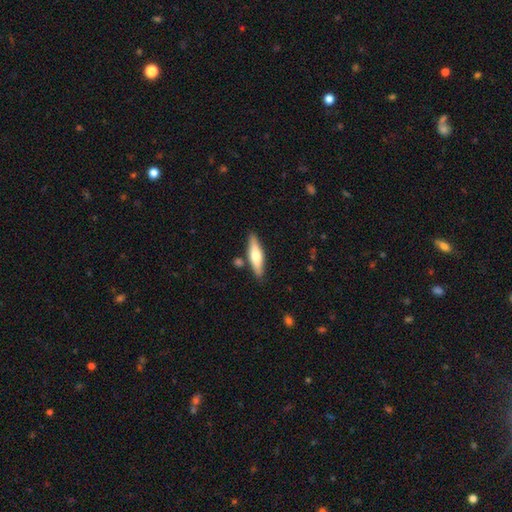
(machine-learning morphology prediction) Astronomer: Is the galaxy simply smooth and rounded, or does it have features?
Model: smooth — 54% (runner-up: featured or disk, 41%).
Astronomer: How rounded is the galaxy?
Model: cigar-shaped — 70%.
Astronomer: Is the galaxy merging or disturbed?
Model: none — 82%.